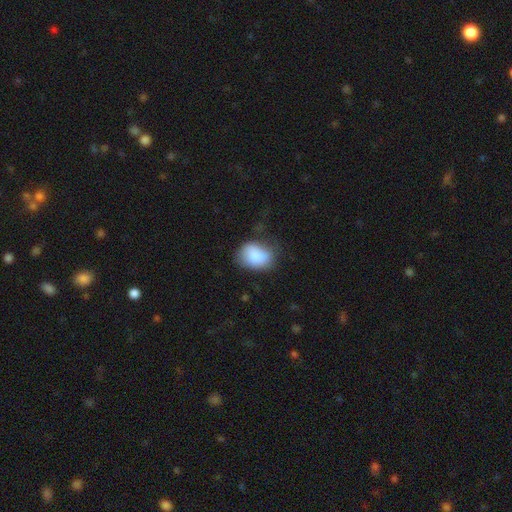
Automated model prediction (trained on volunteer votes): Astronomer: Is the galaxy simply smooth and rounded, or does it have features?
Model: smooth — 84%.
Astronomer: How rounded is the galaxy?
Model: in between — 71%.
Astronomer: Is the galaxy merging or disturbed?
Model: none — 53% (runner-up: minor disturbance, 31%).